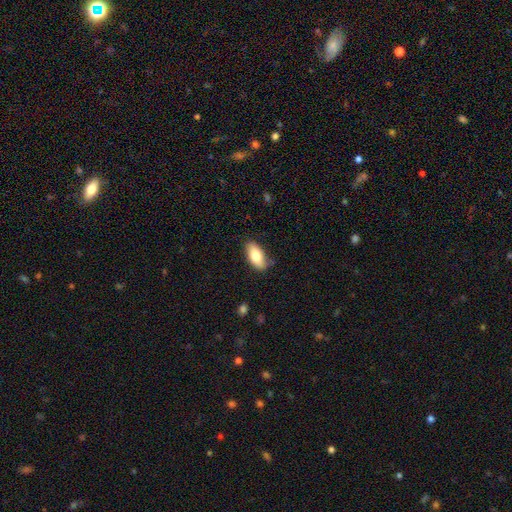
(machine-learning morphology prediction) This appears to be a smooth galaxy with no disk features (80%) that is in between round and cigar-shaped (91%). Merging: none (79%).